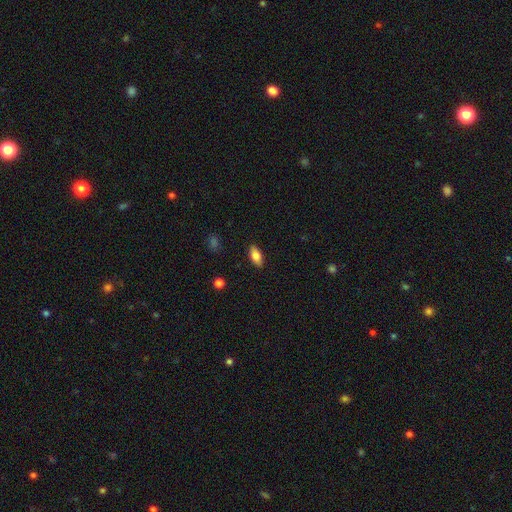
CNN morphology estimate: A smooth galaxy with no disk features (76%) that is in between round and cigar-shaped (86%).

Vote fractions:
- Smooth or featured? smooth: 76% / featured or disk: 17% / star or artifact: 7%
- How rounded? in between: 86% / cigar-shaped: 11% / round: 3%
- Merging? none: 88% / minor disturbance: 9% / major disturbance: 2% / merger: 1%